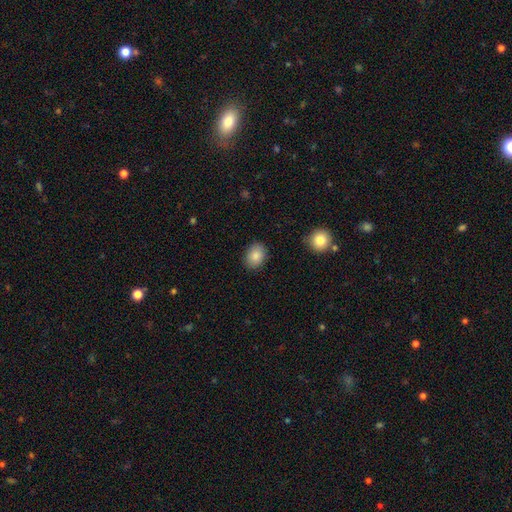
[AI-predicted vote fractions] This appears to be a smooth galaxy with no disk features (86%) that is in between round and cigar-shaped (58%). Merging: none (87%).